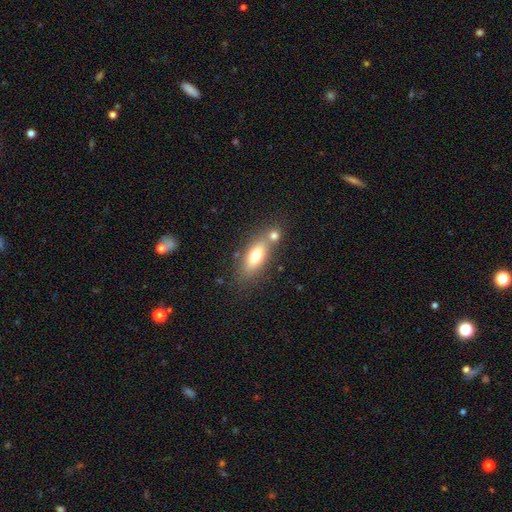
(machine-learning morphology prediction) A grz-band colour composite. It shows a smooth galaxy with no disk features (70%) that is in between round and cigar-shaped (70%). Merging: none (50%).